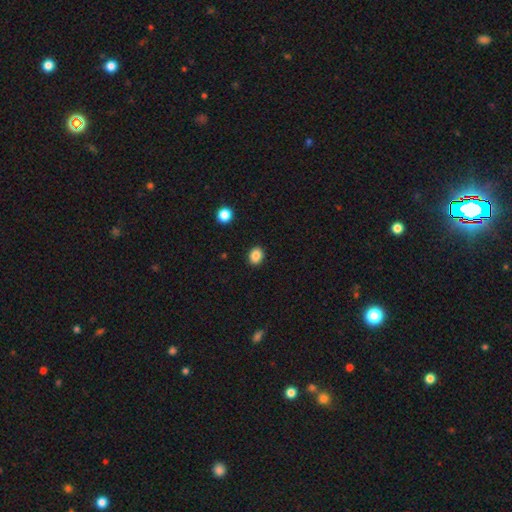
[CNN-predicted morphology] type=smooth (87%); roundness=round (53%); merging=none (91%).